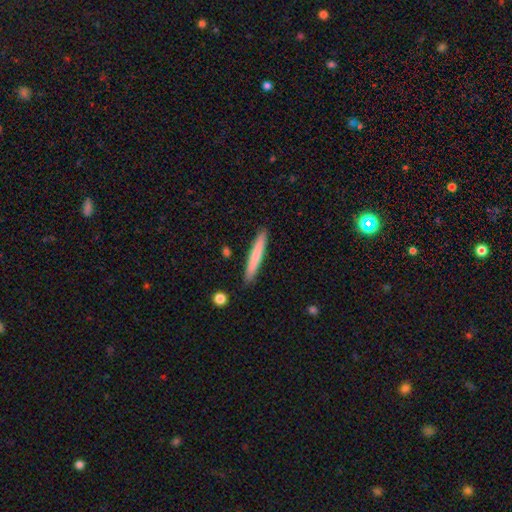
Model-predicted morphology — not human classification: Smooth or featured?
  - smooth: 71% *
  - featured or disk: 24%
  - star or artifact: 5%
How rounded?
  - cigar-shaped: 96% *
  - in between: 3%
  - round: 1%
Merging?
  - none: 91% *
  - minor disturbance: 7%
  - major disturbance: 1%
  - merger: 1%